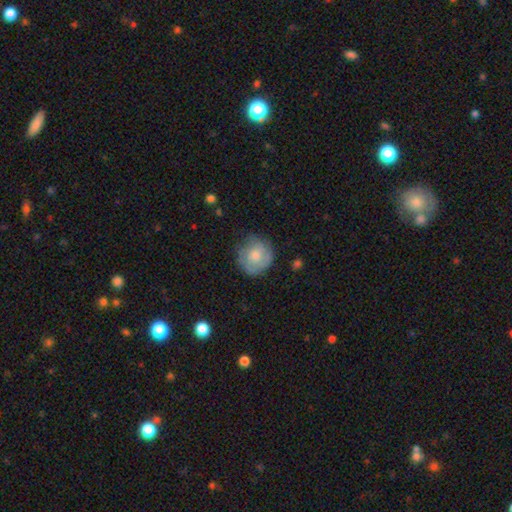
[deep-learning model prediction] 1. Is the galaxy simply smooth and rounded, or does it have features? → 52% smooth, 41% featured or disk, 7% star or artifact.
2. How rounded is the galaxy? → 84% round, 15% in between, 1% cigar-shaped.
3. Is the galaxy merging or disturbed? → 70% none, 21% minor disturbance, 7% major disturbance, 1% merger.